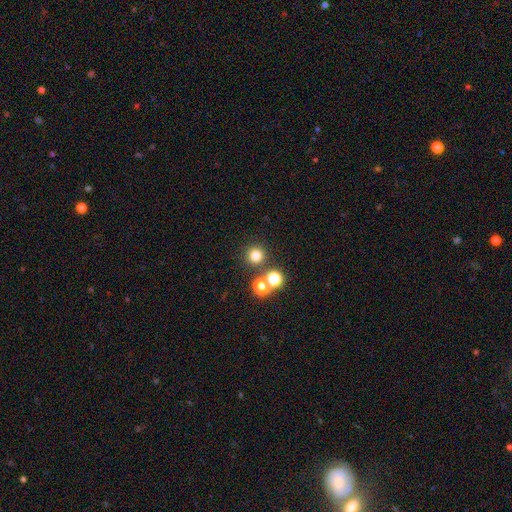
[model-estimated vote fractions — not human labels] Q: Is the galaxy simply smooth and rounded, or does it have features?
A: smooth — 75%.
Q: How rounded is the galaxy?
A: round — 95%.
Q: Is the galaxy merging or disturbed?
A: none — 81%.